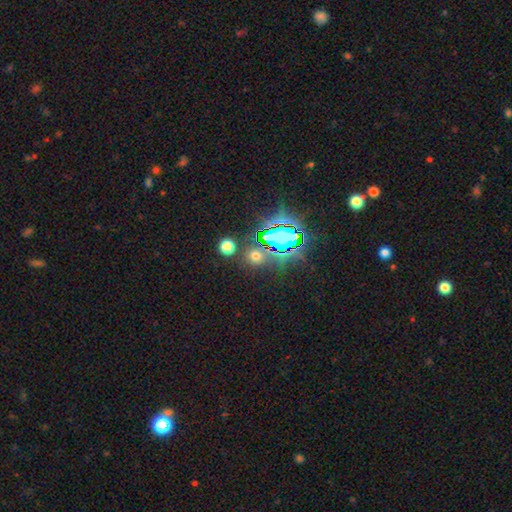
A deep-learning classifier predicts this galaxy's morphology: smooth-or-featured: smooth: 48% | star or artifact: 45% | featured or disk: 7%
  merging: none: 82% | minor disturbance: 8% | merger: 6% | major disturbance: 4%